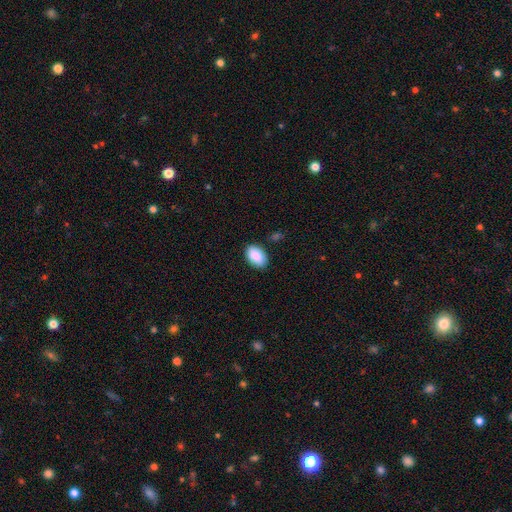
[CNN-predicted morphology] Smooth or featured? Predicted: smooth (p=0.89). How rounded? Predicted: in between (p=0.90). Merging? Predicted: none (p=0.82).